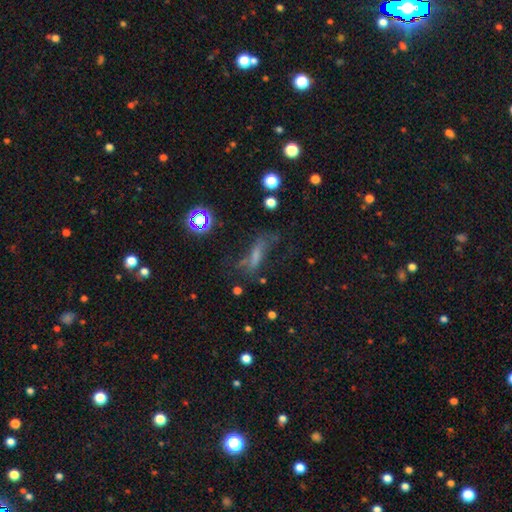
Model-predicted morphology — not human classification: Q: Smooth or featured?
A: smooth (43%); runner-up: featured or disk (30%)
Q: Merging?
A: none (43%); runner-up: major disturbance (29%)